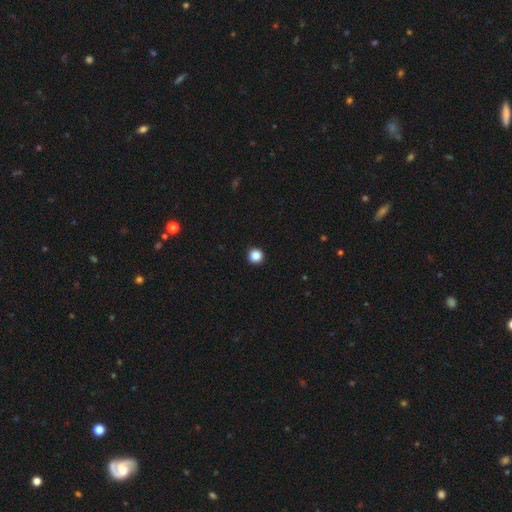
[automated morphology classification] Smooth or featured: smooth — 86% (star or artifact — 11%)
How rounded: round — 96% (in between — 3%)
Merging: none — 94% (minor disturbance — 3%)